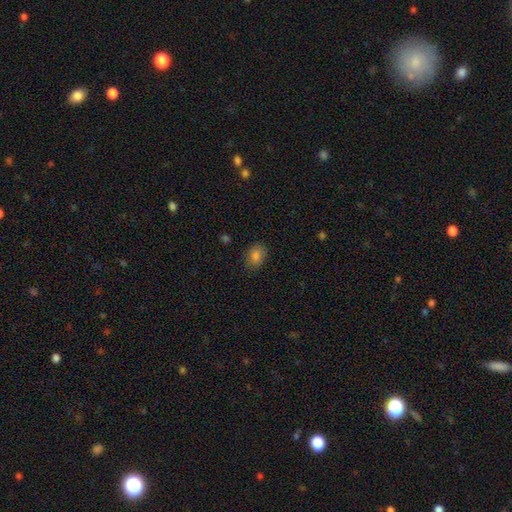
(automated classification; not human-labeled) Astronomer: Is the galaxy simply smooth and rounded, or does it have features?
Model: smooth — 82%.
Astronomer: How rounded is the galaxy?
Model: in between — 64%.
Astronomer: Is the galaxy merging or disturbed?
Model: none — 84%.